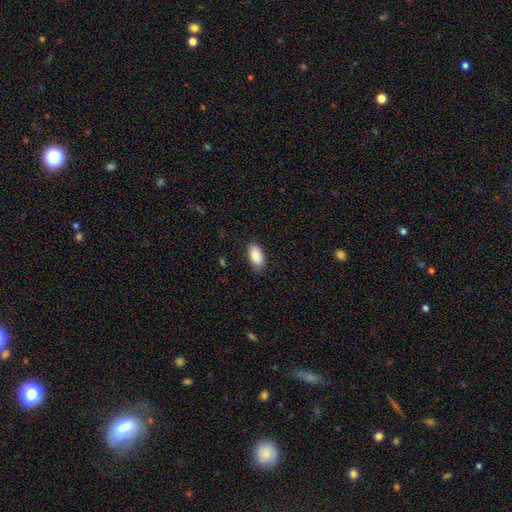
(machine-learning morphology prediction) Smooth or featured: smooth — 89% (star or artifact — 6%)
How rounded: in between — 94% (round — 3%)
Merging: none — 82% (minor disturbance — 14%)